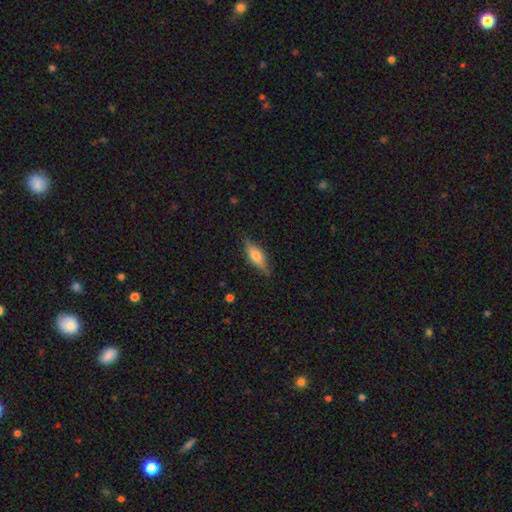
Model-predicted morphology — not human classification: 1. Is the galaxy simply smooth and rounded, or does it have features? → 48% smooth, 45% featured or disk, 7% star or artifact.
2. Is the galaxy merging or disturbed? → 83% none, 13% minor disturbance, 3% major disturbance, 1% merger.